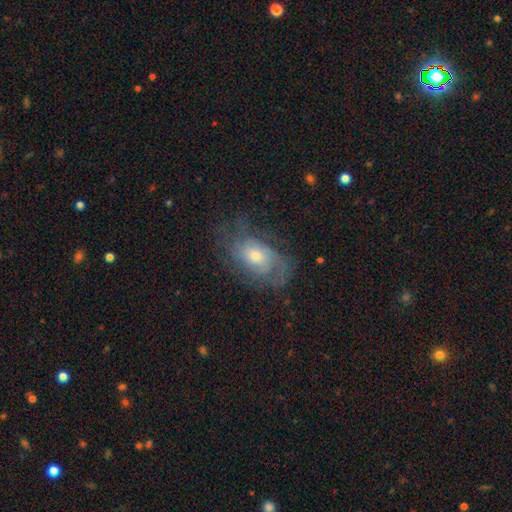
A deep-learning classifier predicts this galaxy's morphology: smooth_or_featured: featured or disk (p=0.70) [alt: smooth p=0.22]
disk_edge_on: no (p=0.95) [alt: yes p=0.05]
bar: no (p=0.75) [alt: weak p=0.21]
has_spiral_arms: yes (p=0.85) [alt: no p=0.15]
spiral_winding: tight (p=0.45) [alt: medium p=0.37]
spiral_arm_count: can't tell (p=0.45) [alt: 2 p=0.25]
bulge_size: moderate (p=0.56) [alt: small p=0.35]
merging: none (p=0.62) [alt: minor disturbance p=0.21]